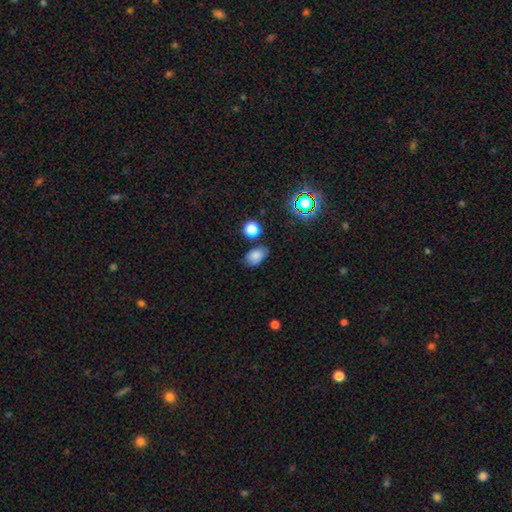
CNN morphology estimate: This is likely a smooth galaxy (79%). How rounded: clearly in between (85%). Merging: likely none (72%).